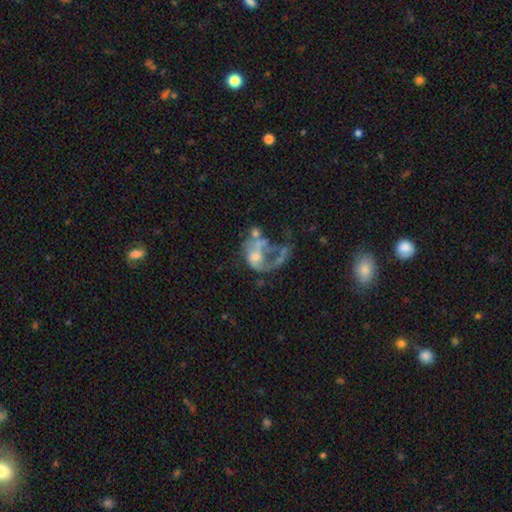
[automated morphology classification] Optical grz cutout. It shows a featured or disk galaxy (66%) with no bar (79%), no spiral arms (63%) and a moderate central bulge (35%). Merging: major disturbance (46%).